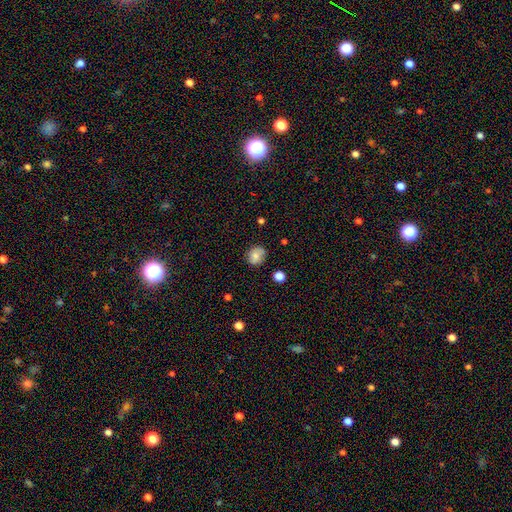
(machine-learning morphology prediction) Smooth or featured: smooth — 75% (featured or disk — 15%)
How rounded: round — 74% (in between — 25%)
Merging: none — 76% (minor disturbance — 18%)